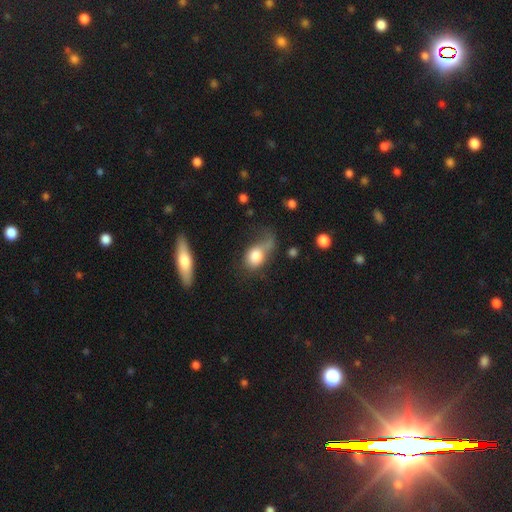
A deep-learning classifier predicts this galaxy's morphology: Smooth or featured? Predicted: smooth (p=0.76). How rounded? Predicted: in between (p=0.60). Merging? Predicted: major disturbance (p=0.40).